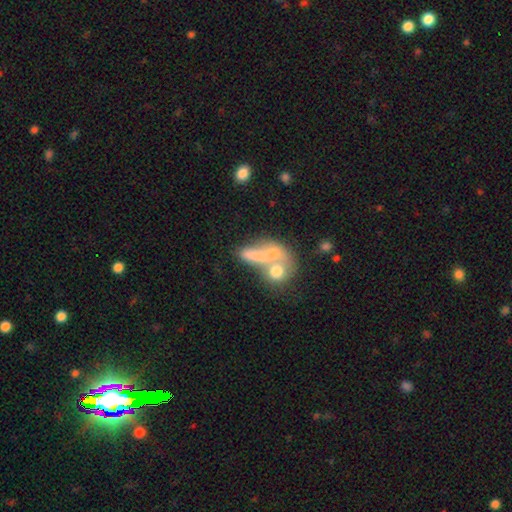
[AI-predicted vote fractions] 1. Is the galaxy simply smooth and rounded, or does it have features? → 61% smooth, 28% featured or disk, 11% star or artifact.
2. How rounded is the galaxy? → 50% in between, 27% round, 23% cigar-shaped.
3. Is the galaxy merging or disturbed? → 59% merger, 20% none, 13% major disturbance, 8% minor disturbance.